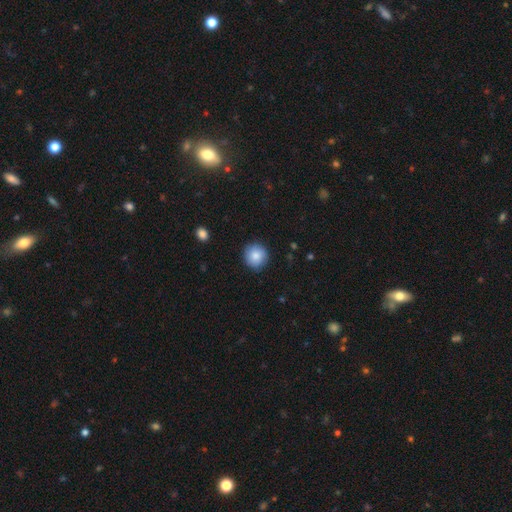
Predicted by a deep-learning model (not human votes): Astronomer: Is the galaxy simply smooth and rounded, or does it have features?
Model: smooth — 85%.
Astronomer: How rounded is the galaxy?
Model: round — 93%.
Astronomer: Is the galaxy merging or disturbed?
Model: none — 89%.